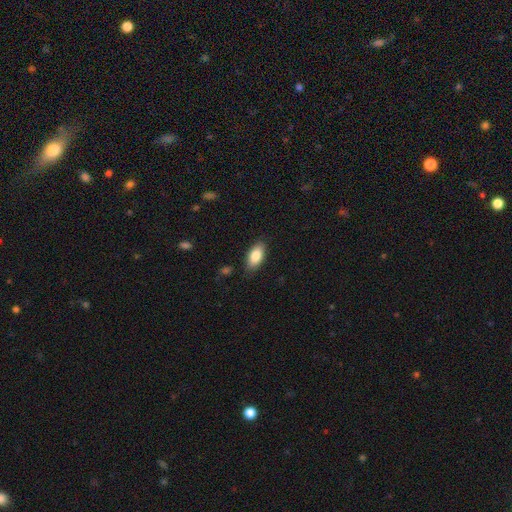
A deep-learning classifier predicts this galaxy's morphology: Smooth or featured? smooth (83%)
How rounded? in between (90%)
Merging? none (84%)